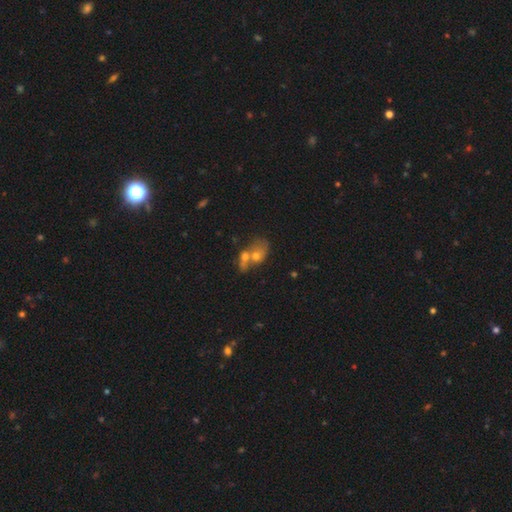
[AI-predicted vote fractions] Smooth or featured?
  - smooth: 55% *
  - featured or disk: 32%
  - star or artifact: 13%
How rounded?
  - in between: 61% *
  - round: 35%
  - cigar-shaped: 4%
Merging?
  - merger: 70% *
  - none: 16%
  - minor disturbance: 7%
  - major disturbance: 6%